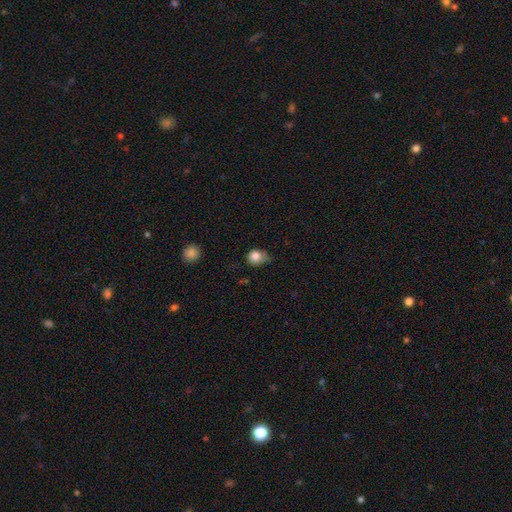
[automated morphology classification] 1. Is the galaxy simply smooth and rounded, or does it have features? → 83% smooth, 10% star or artifact, 7% featured or disk.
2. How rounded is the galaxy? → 72% round, 27% in between, 1% cigar-shaped.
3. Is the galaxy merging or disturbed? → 42% none (tied), 42% minor disturbance (tied), 13% major disturbance, 3% merger.